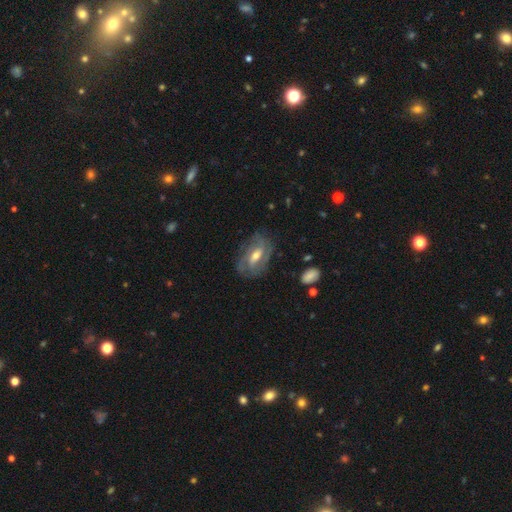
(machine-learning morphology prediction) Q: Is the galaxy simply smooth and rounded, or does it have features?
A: featured or disk — 76%.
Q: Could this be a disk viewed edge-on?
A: no — 93%.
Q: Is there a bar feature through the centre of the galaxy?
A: weak — 47%.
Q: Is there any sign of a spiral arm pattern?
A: yes — 88%.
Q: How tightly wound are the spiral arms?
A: tight — 44%.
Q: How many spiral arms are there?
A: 2 — 45%.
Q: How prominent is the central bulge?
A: moderate — 63%.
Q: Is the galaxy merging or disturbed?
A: none — 73%.